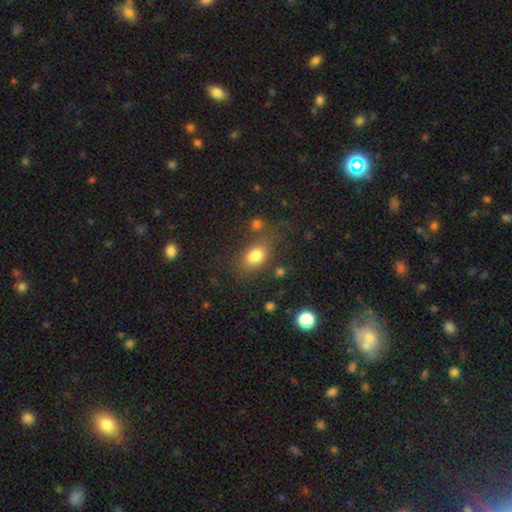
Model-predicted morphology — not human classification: Q: Smooth or featured?
A: smooth (80%); runner-up: star or artifact (11%)
Q: How rounded?
A: in between (82%); runner-up: round (14%)
Q: Merging?
A: none (64%); runner-up: minor disturbance (18%)